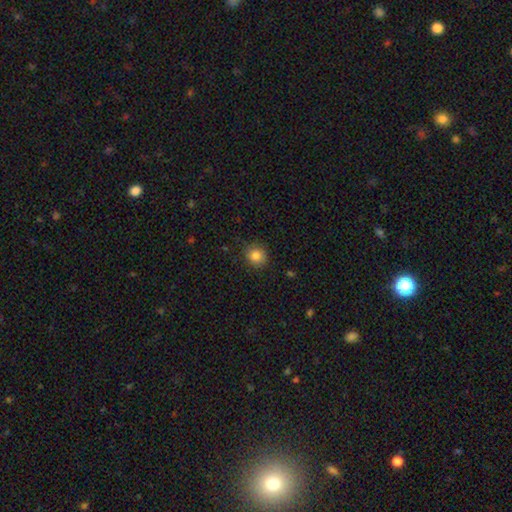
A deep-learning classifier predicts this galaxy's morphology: type=smooth (83%); roundness=round (82%); merging=none (84%).